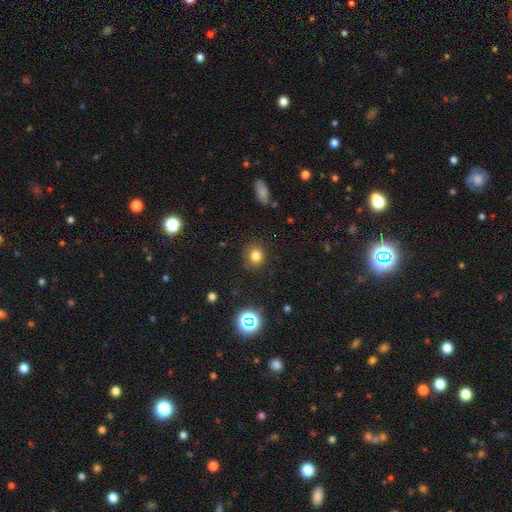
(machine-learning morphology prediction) This appears to be a smooth galaxy with no disk features (79%) that is round (74%). Merging: none (85%).